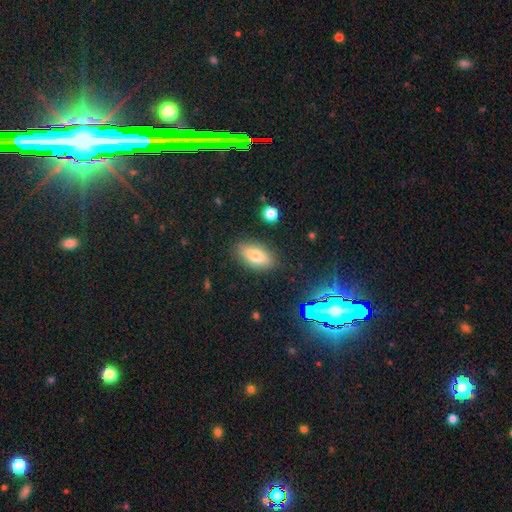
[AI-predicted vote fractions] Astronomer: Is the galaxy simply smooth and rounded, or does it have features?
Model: smooth — 73%.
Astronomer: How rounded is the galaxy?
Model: in between — 85%.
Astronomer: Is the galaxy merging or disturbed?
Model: none — 85%.